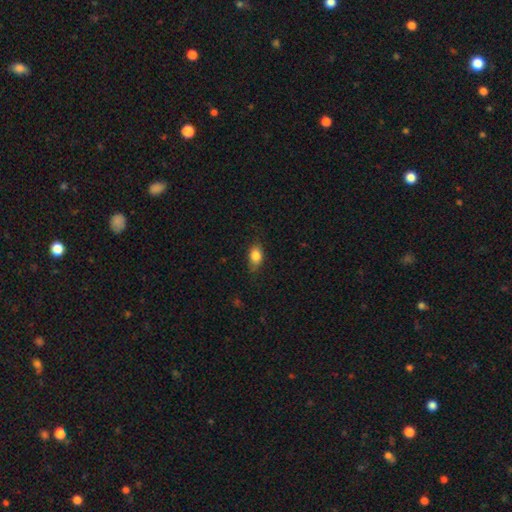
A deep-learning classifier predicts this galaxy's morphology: Smooth or featured? Predicted: smooth (p=0.84). How rounded? Predicted: in between (p=0.83). Merging? Predicted: none (p=0.75).